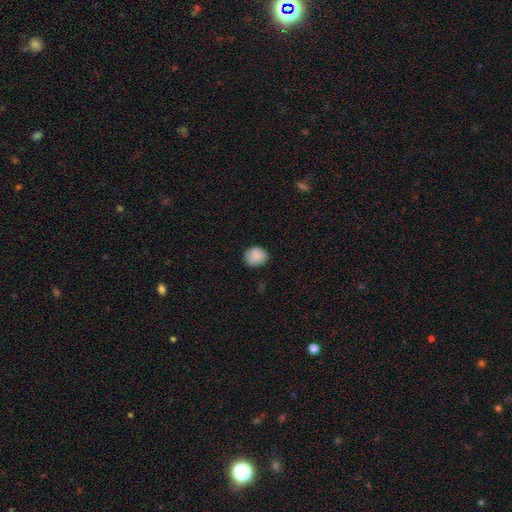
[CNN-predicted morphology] Smooth or featured: smooth — 88% (star or artifact — 8%)
How rounded: round — 71% (in between — 29%)
Merging: none — 79% (minor disturbance — 17%)